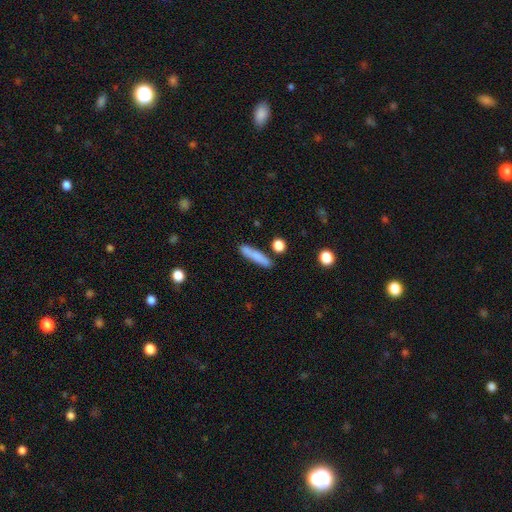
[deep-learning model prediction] Q: Smooth or featured?
A: smooth (80%); runner-up: featured or disk (13%)
Q: How rounded?
A: cigar-shaped (87%); runner-up: in between (11%)
Q: Merging?
A: none (82%); runner-up: minor disturbance (11%)